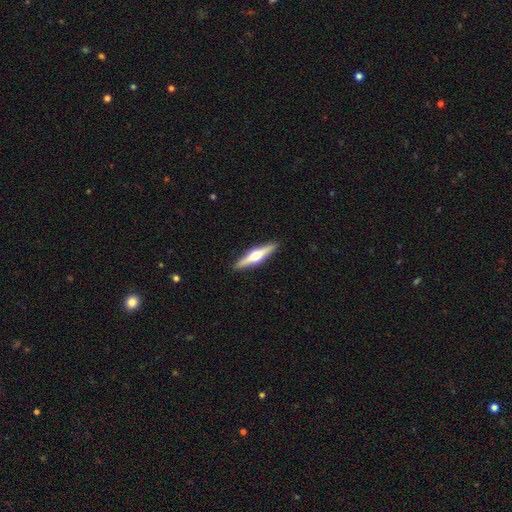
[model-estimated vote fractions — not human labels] A featured or disk galaxy (65%) viewed edge-on (97%) with a rounded central bulge (95%). Merging: none (92%).